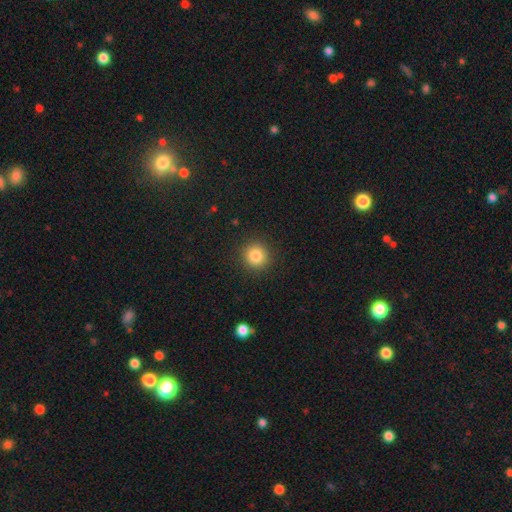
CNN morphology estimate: smooth-or-featured: smooth: 84% | star or artifact: 11% | featured or disk: 6%
  how-rounded: round: 94% | in between: 5% | cigar-shaped: 1%
  merging: none: 92% | minor disturbance: 5% | major disturbance: 2% | merger: 1%